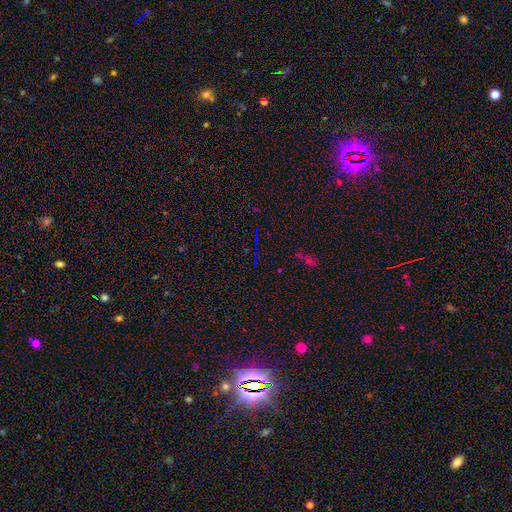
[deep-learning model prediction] A star or artifact, not a galaxy (76%).

Vote fractions:
- Smooth or featured? star or artifact: 76% / featured or disk: 12% / smooth: 12%